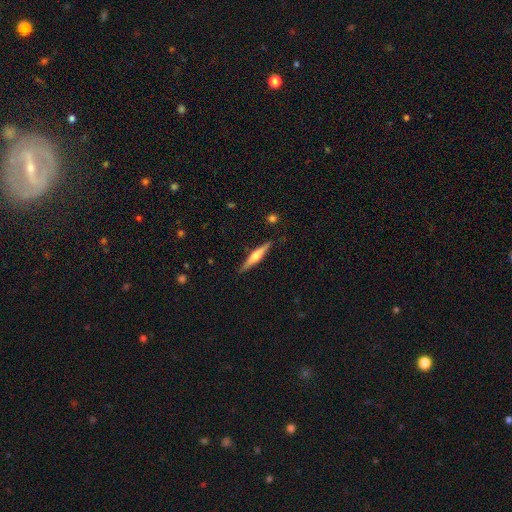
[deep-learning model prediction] featured or disk 59%, smooth 35%, star or artifact 6%. Down the decision tree: edge-on disk — yes (97%); edge-on bulge — rounded (82%); merging — none (89%).